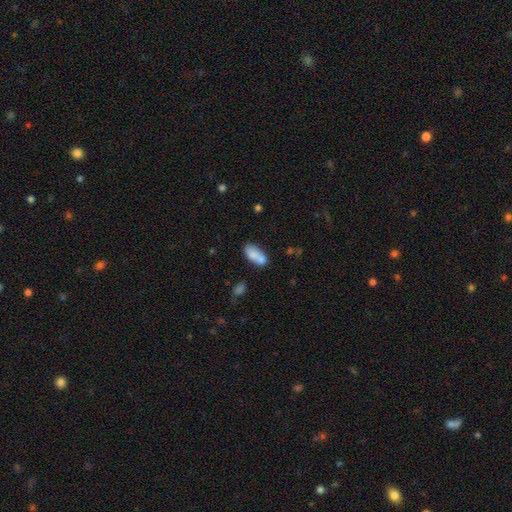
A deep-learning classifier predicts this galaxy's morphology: The model was most divided on "merging" (2-way tie): none: 40%, merger: 40%, minor disturbance: 15%, major disturbance: 5%. More confident: how rounded — in between (87%); smooth or featured — smooth (76%).